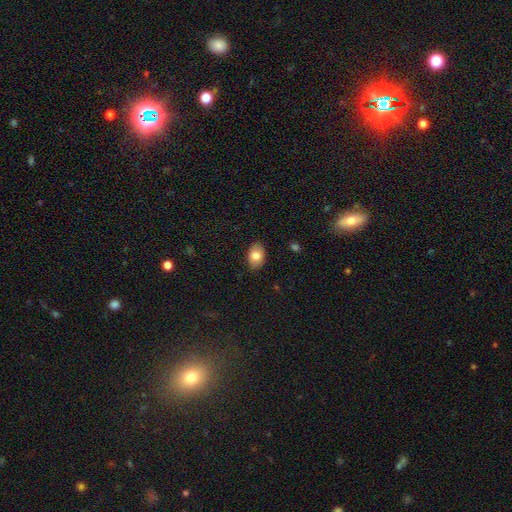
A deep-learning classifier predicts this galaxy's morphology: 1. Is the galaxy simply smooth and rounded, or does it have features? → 82% smooth, 11% featured or disk, 8% star or artifact.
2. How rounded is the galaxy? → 85% in between, 14% round, 1% cigar-shaped.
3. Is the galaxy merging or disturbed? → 88% none, 9% minor disturbance, 2% major disturbance, 1% merger.